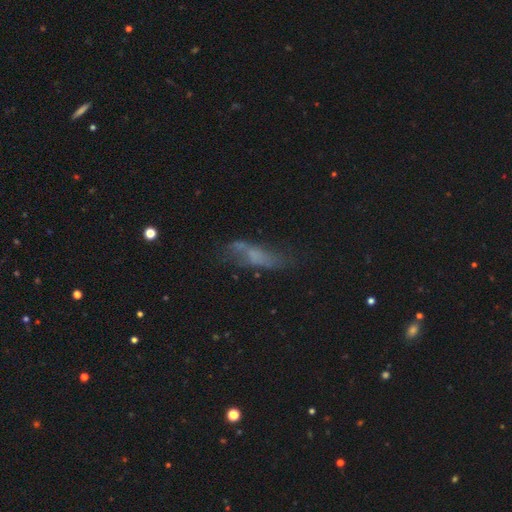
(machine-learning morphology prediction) Smooth or featured? smooth (45%)
Merging? none (46%)